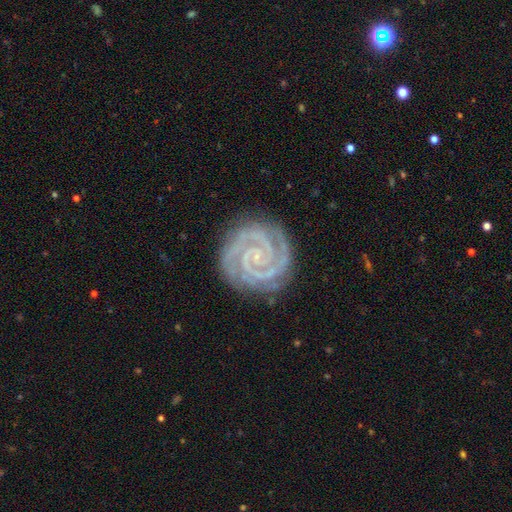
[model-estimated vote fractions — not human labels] Q: Smooth or featured?
A: featured or disk (92%); runner-up: star or artifact (5%)
Q: Edge-on disk?
A: no (98%); runner-up: yes (2%)
Q: Bar?
A: no (56%); runner-up: weak (27%)
Q: Spiral arms?
A: yes (99%); runner-up: no (1%)
Q: Spiral winding?
A: tight (85%); runner-up: medium (13%)
Q: Spiral arm count?
A: 2 (55%); runner-up: 3 (24%)
Q: Bulge size?
A: small (83%); runner-up: none (8%)
Q: Merging?
A: none (84%); runner-up: minor disturbance (12%)